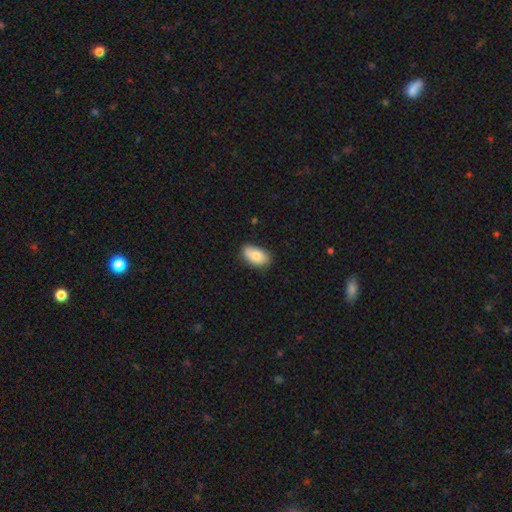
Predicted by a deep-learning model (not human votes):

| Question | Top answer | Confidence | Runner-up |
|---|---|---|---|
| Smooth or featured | smooth | 81% | featured or disk (12%) |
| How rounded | in between | 92% | round (6%) |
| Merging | none | 67% | minor disturbance (25%) |